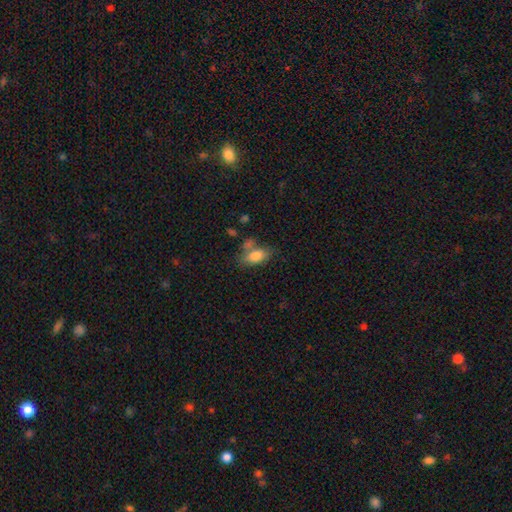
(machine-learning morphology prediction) smooth-or-featured: smooth: 78% | featured or disk: 14% | star or artifact: 8%
  how-rounded: in between: 86% | cigar-shaped: 8% | round: 6%
  merging: none: 51% | minor disturbance: 21% | merger: 19% | major disturbance: 9%